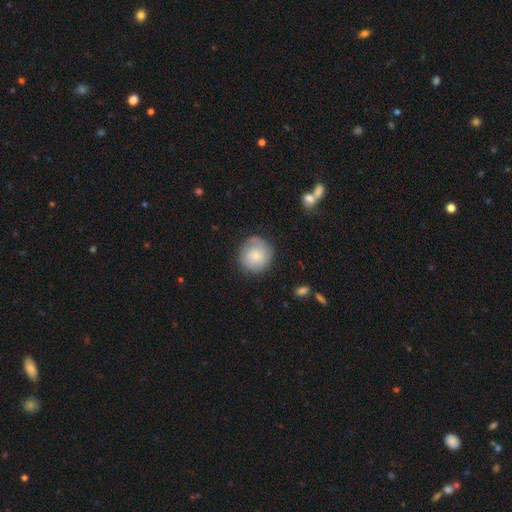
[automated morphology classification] This is likely a smooth galaxy (66%). How rounded: clearly round (92%). Merging: likely none (79%).